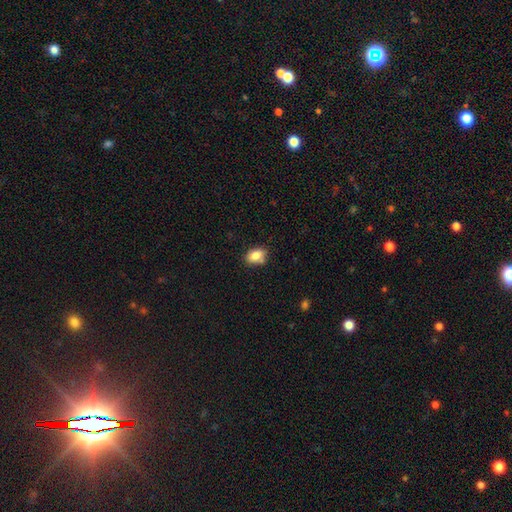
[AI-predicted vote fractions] Smooth or featured: smooth — 83% (star or artifact — 9%)
How rounded: in between — 78% (round — 20%)
Merging: none — 68% (minor disturbance — 20%)